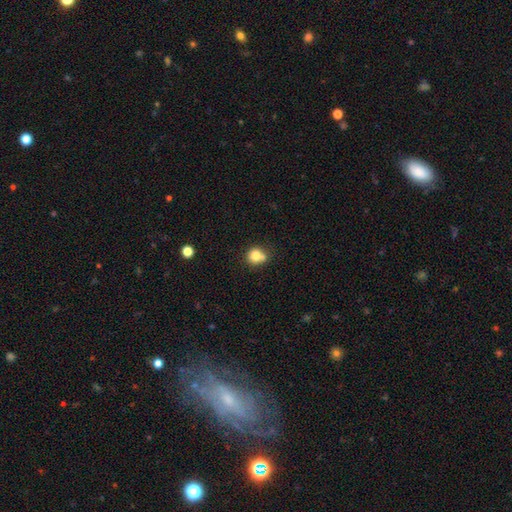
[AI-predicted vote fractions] smooth-or-featured: smooth: 79% | star or artifact: 11% | featured or disk: 11%
  how-rounded: round: 83% | in between: 16% | cigar-shaped: 1%
  merging: none: 54% | merger: 26% | minor disturbance: 15% | major disturbance: 5%